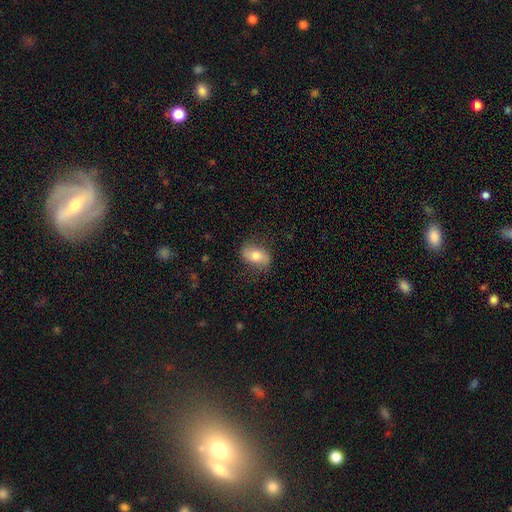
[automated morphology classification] Overall: smooth (65%; featured or disk 28%). How rounded: in between (86%). Merging: none (78%).